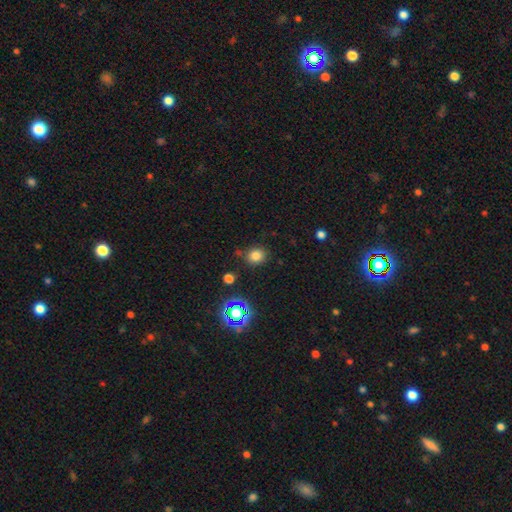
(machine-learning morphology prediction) Smooth or featured: smooth — 78% (star or artifact — 17%)
How rounded: round — 80% (in between — 19%)
Merging: none — 79% (minor disturbance — 13%)